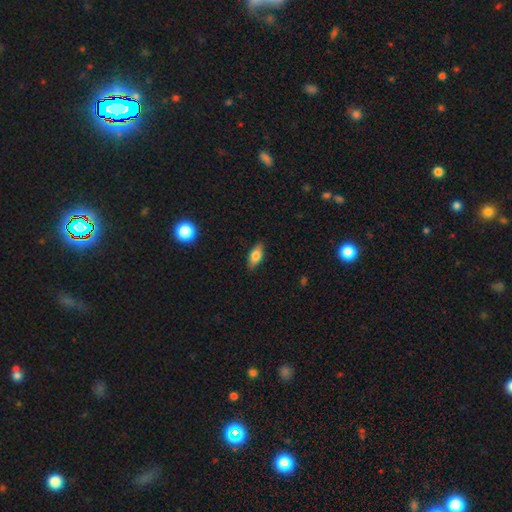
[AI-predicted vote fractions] smooth-or-featured: smooth: 75% | featured or disk: 17% | star or artifact: 8%
  how-rounded: in between: 82% | cigar-shaped: 13% | round: 4%
  merging: none: 86% | minor disturbance: 10% | major disturbance: 2% | merger: 1%